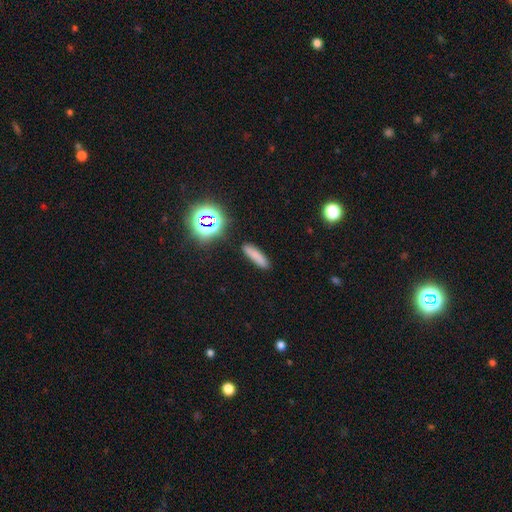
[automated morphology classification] type=smooth (76%); roundness=cigar-shaped (75%); merging=none (86%).